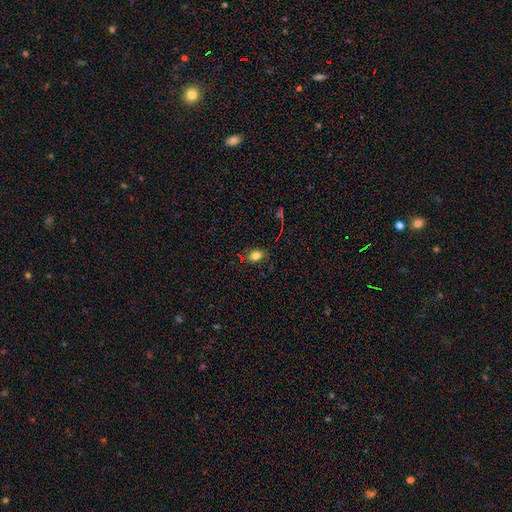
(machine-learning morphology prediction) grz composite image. It shows a smooth galaxy with no disk features (77%) that is in between round and cigar-shaped (71%). Merging: none (80%).